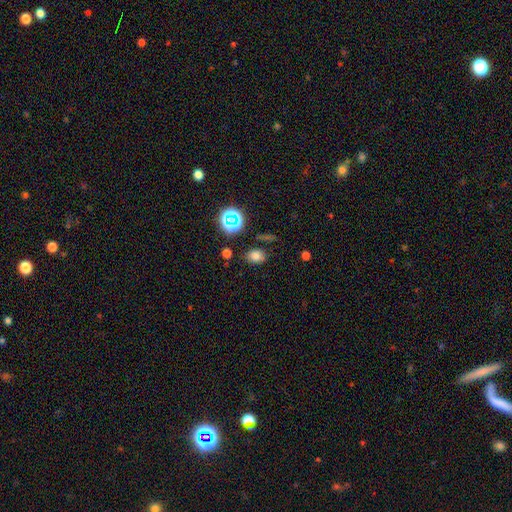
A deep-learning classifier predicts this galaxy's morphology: smooth 74%, star or artifact 19%, featured or disk 8%. Down the decision tree: how rounded — in between (63%); merging — none (79%).